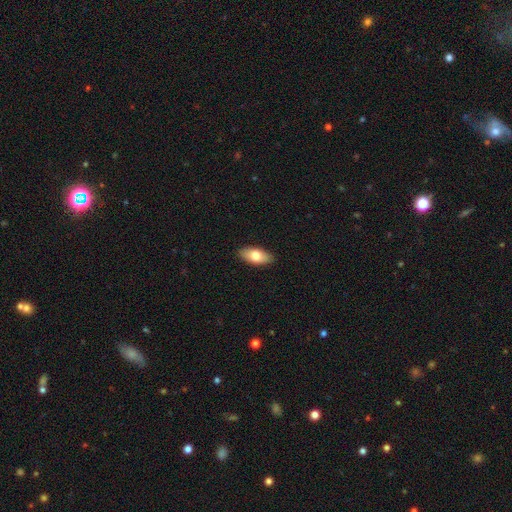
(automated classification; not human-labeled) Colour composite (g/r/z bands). It shows a smooth galaxy with no disk features (76%) that is in between round and cigar-shaped (89%). Merging: none (89%).